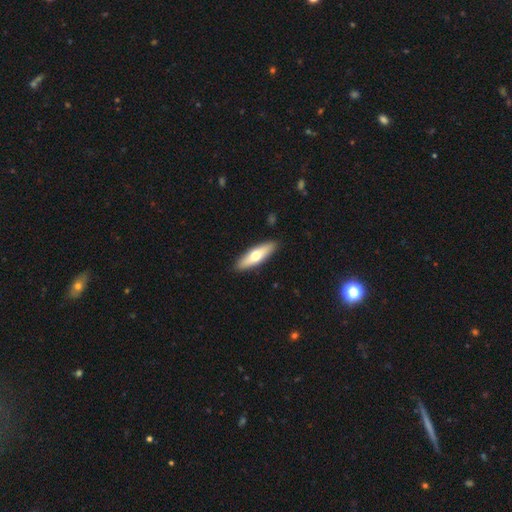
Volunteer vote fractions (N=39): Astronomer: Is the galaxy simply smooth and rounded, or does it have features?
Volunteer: featured or disk — 51% (runner-up: smooth, 46%).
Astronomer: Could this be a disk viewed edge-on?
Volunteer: yes — 80%.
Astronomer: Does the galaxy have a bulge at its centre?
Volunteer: rounded — 94%.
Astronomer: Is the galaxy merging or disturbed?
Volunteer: none — 92%.